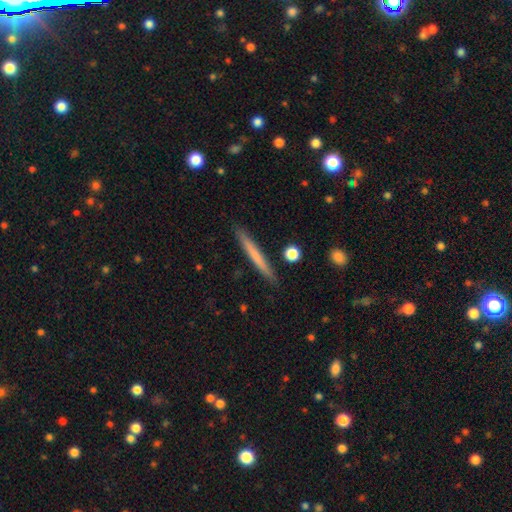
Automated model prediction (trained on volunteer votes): Smooth or featured? smooth (61%)
How rounded? cigar-shaped (97%)
Merging? none (90%)